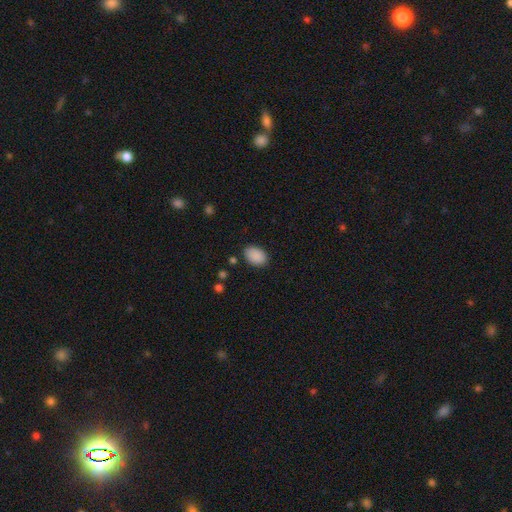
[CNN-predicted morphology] This is clearly a smooth galaxy (89%). How rounded: clearly in between (86%). Merging: clearly none (84%).